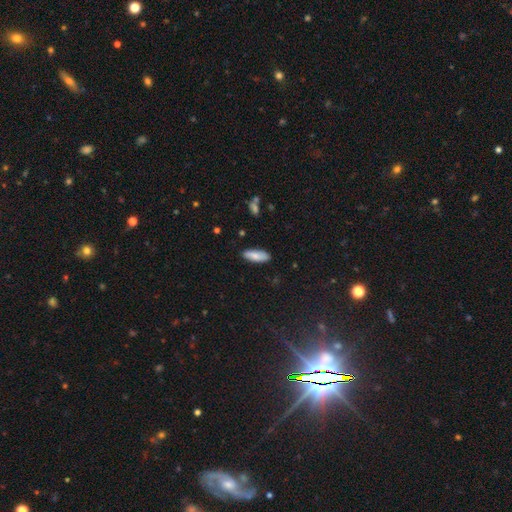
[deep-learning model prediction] Overall: smooth (79%). How rounded: in between (66%; cigar-shaped 32%). Merging: none (84%).